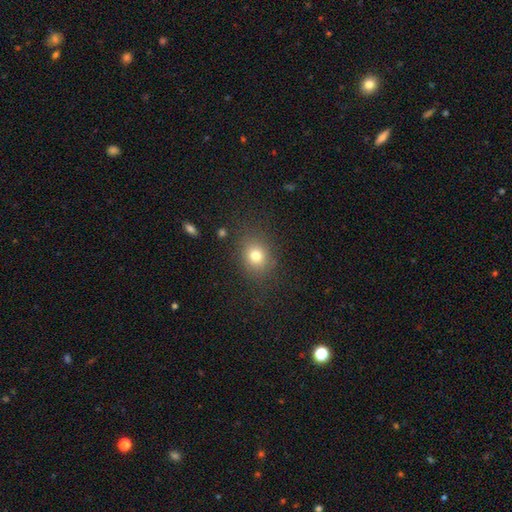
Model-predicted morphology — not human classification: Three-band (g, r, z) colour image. It shows a smooth galaxy with no disk features (77%) that is round (65%). Merging: none (81%).